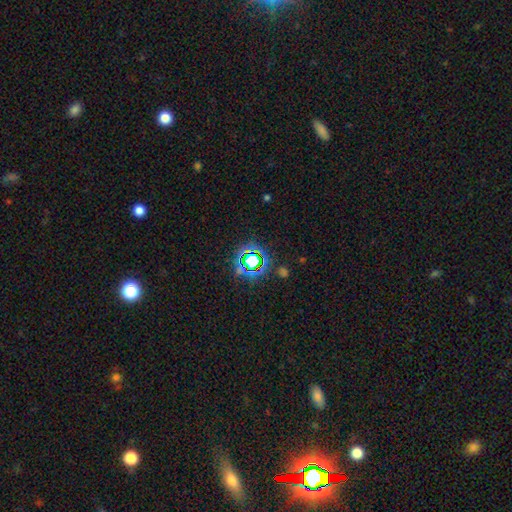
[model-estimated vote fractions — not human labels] Smooth or featured?
  - star or artifact: 68% *
  - smooth: 22%
  - featured or disk: 10%